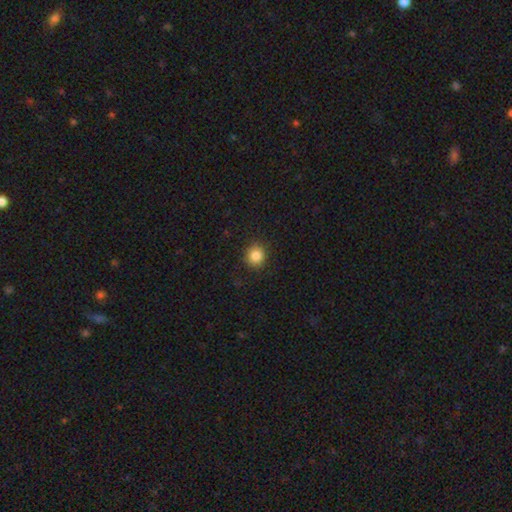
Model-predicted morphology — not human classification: Smooth or featured? Predicted: smooth (p=0.86). How rounded? Predicted: round (p=0.86). Merging? Predicted: none (p=0.89).